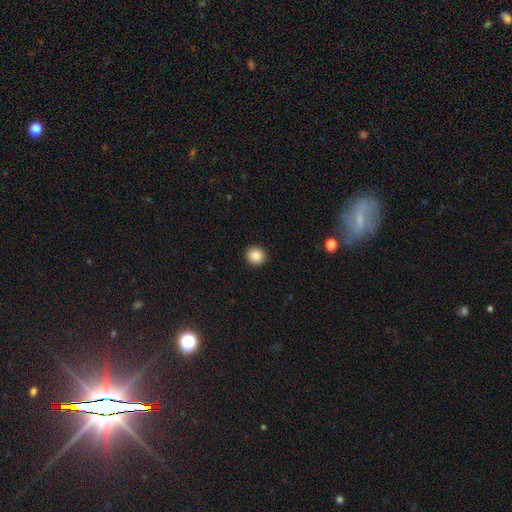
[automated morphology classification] smooth-or-featured: smooth: 87% | star or artifact: 9% | featured or disk: 4%
  how-rounded: round: 92% | in between: 7% | cigar-shaped: 1%
  merging: none: 93% | minor disturbance: 5% | major disturbance: 2% | merger: 1%